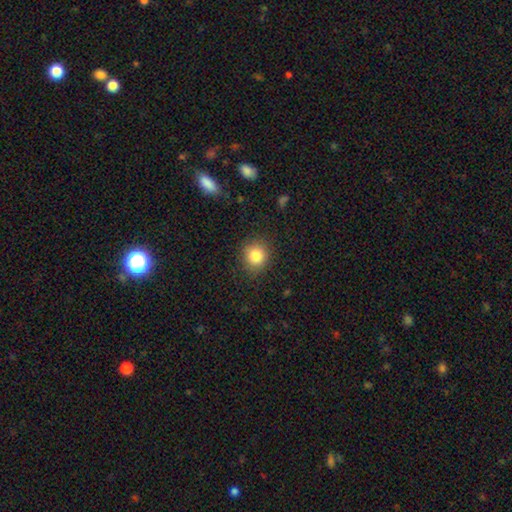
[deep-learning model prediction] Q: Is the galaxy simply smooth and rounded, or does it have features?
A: smooth — 83%.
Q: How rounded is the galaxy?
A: round — 84%.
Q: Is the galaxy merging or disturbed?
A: none — 88%.